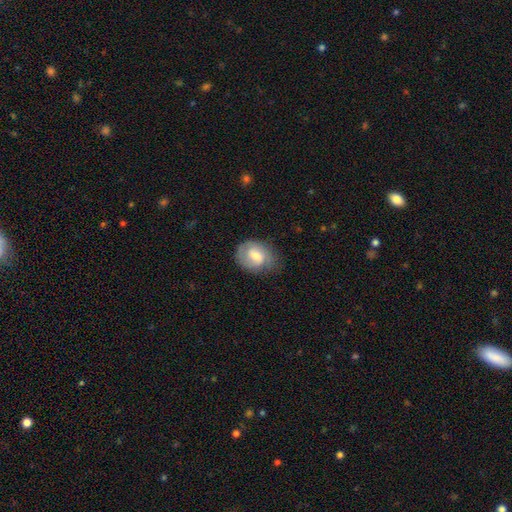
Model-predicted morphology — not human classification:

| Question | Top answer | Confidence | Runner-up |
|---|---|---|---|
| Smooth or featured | smooth | 47% | featured or disk (46%) |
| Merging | none | 62% | minor disturbance (27%) |